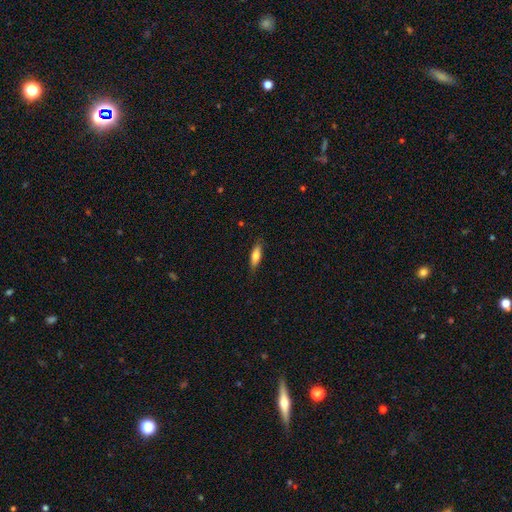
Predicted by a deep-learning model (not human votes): This appears to be a smooth galaxy with no disk features (73%) that is in between round and cigar-shaped (53%). Merging: none (83%).